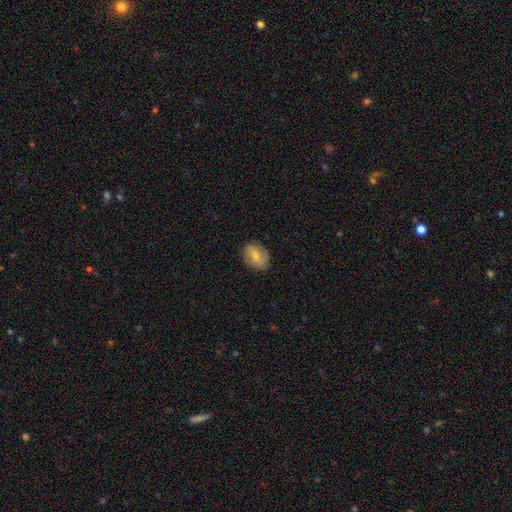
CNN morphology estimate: smooth-or-featured: smooth: 63% | featured or disk: 30% | star or artifact: 7%
  how-rounded: in between: 65% | round: 33% | cigar-shaped: 1%
  merging: none: 81% | minor disturbance: 14% | major disturbance: 4% | merger: 1%